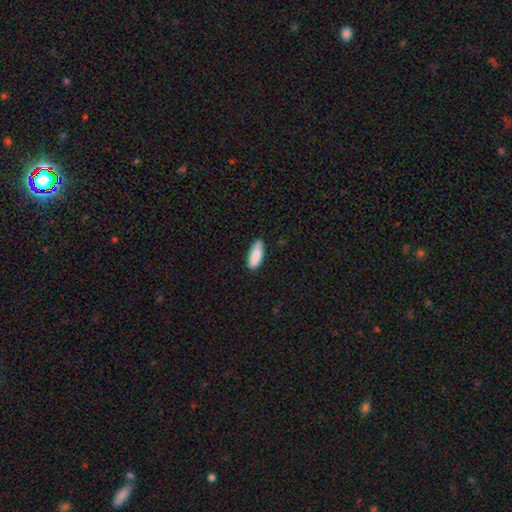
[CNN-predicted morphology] This is clearly a smooth galaxy (88%). How rounded: likely in between (61%). Merging: clearly none (81%).